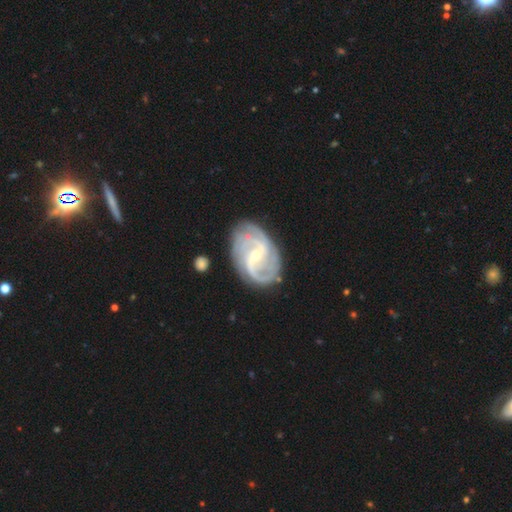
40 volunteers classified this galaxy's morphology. Volunteers were most divided on "bar": weak: 43%, no: 32%, strong: 24%. Remaining: edge-on disk — no (100%); spiral arms — yes (95%); smooth or featured — featured or disk (92%); merging — none (67%); bulge size — small (59%); spiral arm count — 2 (51%); spiral winding — medium (46%).